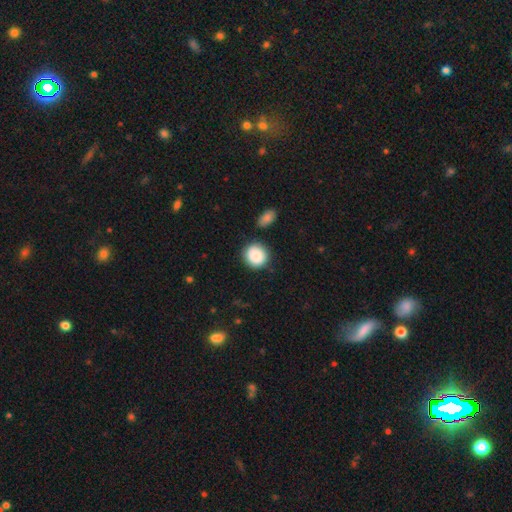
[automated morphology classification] Smooth or featured? smooth (87%)
How rounded? round (88%)
Merging? none (81%)